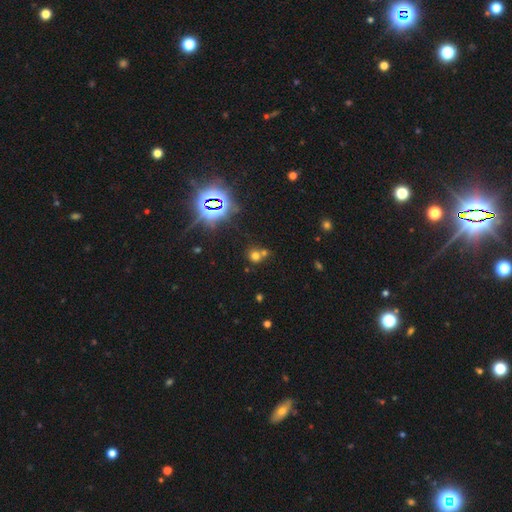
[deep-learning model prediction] Morphology: type=smooth (59%); roundness=round (87%); merging=none (53%).